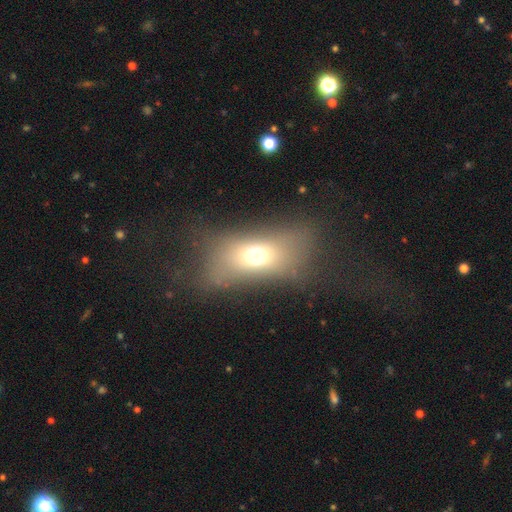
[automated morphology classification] This appears to be a smooth galaxy with no disk features (61%) that is in between round and cigar-shaped (72%). Merging: none (67%).